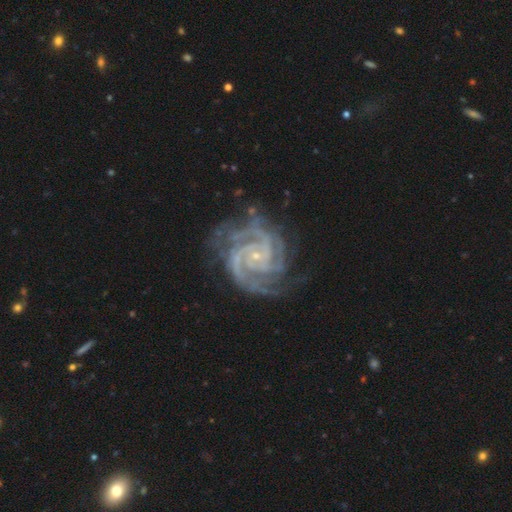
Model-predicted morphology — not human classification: A featured or disk galaxy (93%) with no bar (65%), 2 (31%) tight (70%) spiral arms (99%) and a small central bulge (87%). Merging: none (71%).